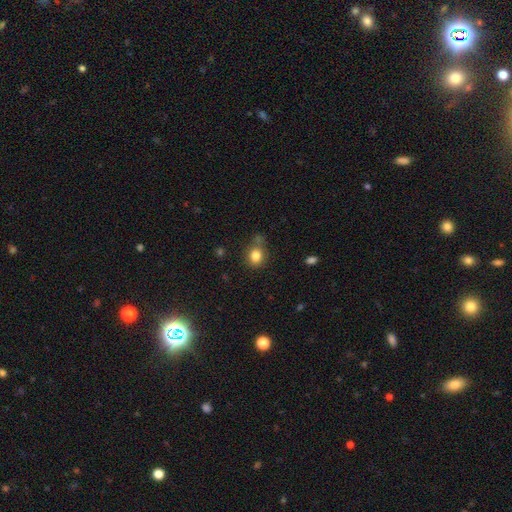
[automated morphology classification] smooth-or-featured: smooth: 82% | star or artifact: 11% | featured or disk: 7%
  how-rounded: round: 68% | in between: 31% | cigar-shaped: 1%
  merging: none: 68% | minor disturbance: 18% | merger: 9% | major disturbance: 5%